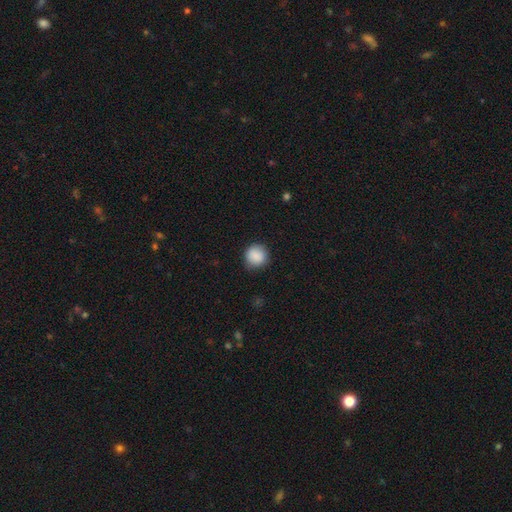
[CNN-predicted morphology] The model was most divided on "merging": none: 87%, minor disturbance: 10%, major disturbance: 2%, merger: 1%. More confident: how rounded — round (92%); smooth or featured — smooth (89%).